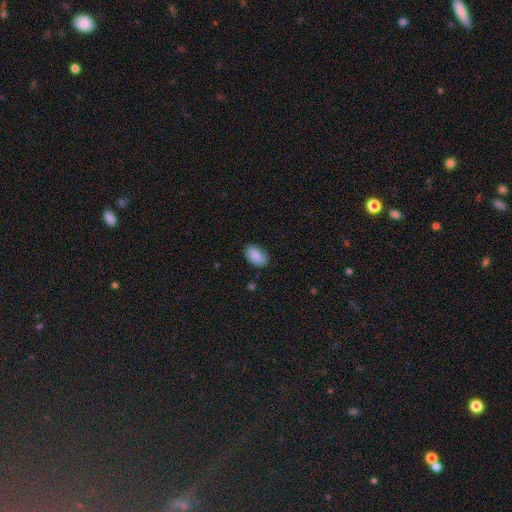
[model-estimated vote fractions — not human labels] Q: Smooth or featured?
A: smooth (86%); runner-up: featured or disk (7%)
Q: How rounded?
A: in between (92%); runner-up: round (6%)
Q: Merging?
A: none (76%); runner-up: minor disturbance (19%)